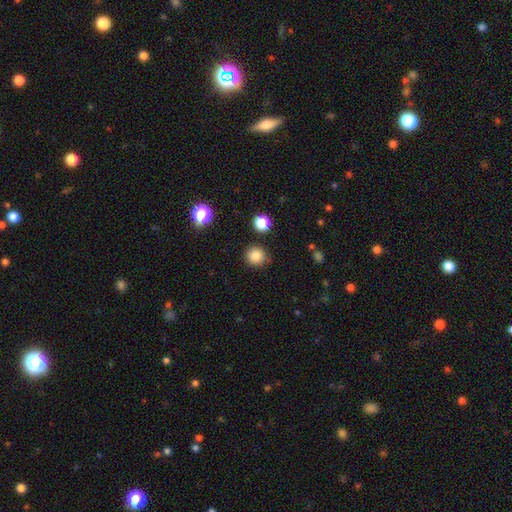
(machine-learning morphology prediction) A smooth galaxy with no disk features (84%) that is round (92%). Merging: none (86%).